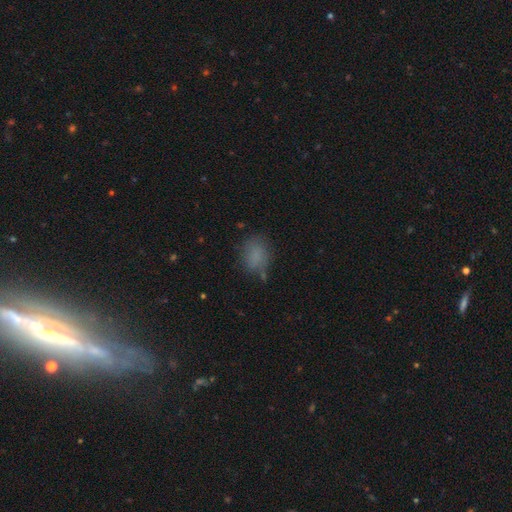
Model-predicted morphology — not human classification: smooth 79%, star or artifact 12%, featured or disk 9%. Down the decision tree: how rounded — in between (62%); merging — none (65%).